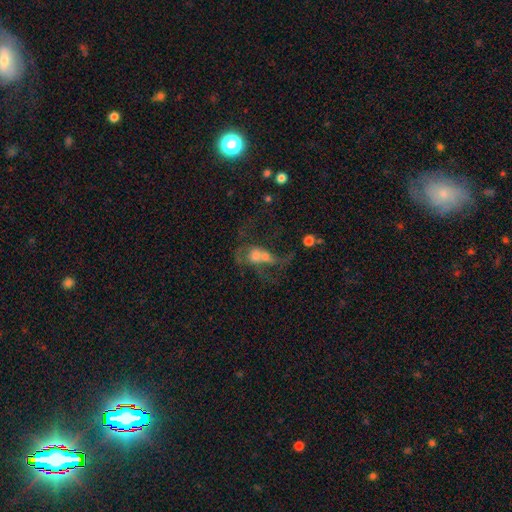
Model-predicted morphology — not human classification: smooth-or-featured: featured or disk: 50% | smooth: 36% | star or artifact: 14%
  merging: merger: 57% | major disturbance: 22% | none: 13% | minor disturbance: 7%